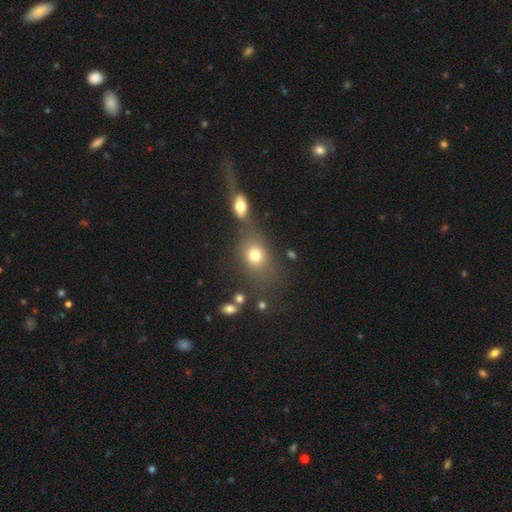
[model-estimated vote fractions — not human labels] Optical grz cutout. It shows a smooth galaxy with no disk features (66%) that is in between round and cigar-shaped (50%). Merging: none (42%).